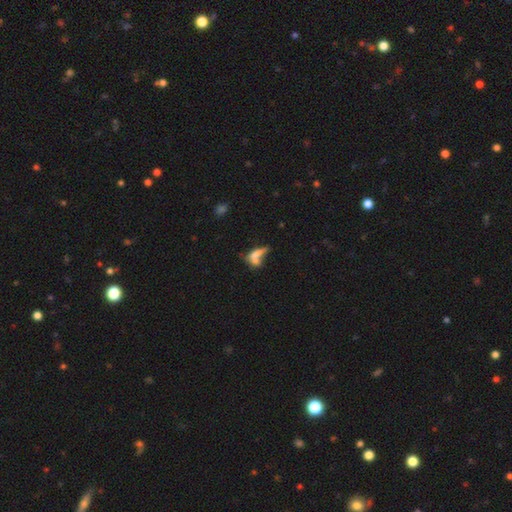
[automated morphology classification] smooth_or_featured: smooth (p=0.60) [alt: featured or disk p=0.28]
how_rounded: in between (p=0.54) [alt: cigar-shaped p=0.37]
merging: merger (p=0.51) [alt: none p=0.26]